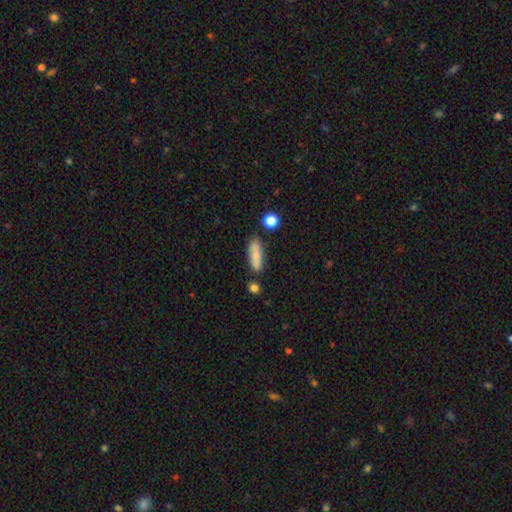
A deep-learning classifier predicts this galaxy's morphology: type=smooth (80%); roundness=cigar-shaped (51%); merging=none (78%).